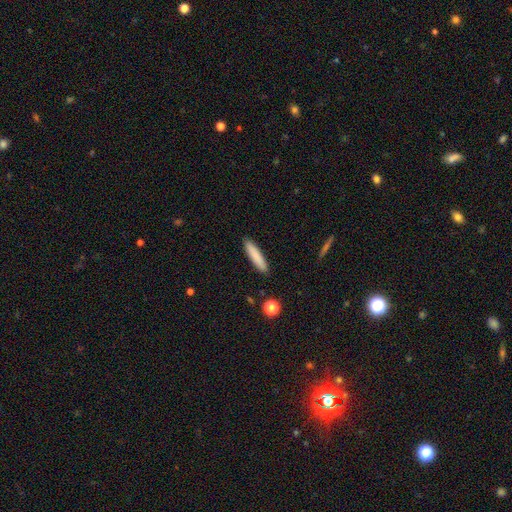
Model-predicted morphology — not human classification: This appears to be a smooth galaxy with no disk features (84%) that is cigar-shaped (85%). Merging: none (91%).